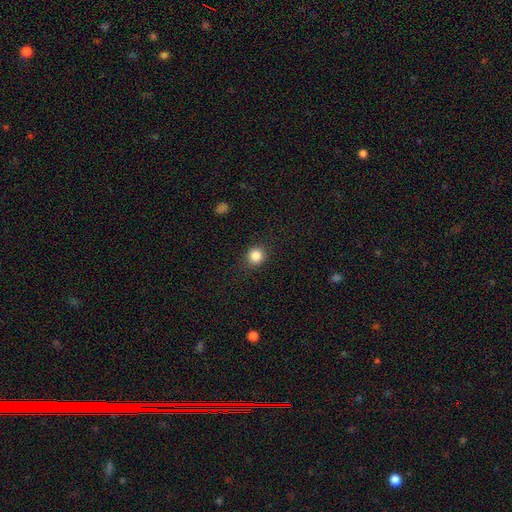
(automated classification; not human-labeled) smooth_or_featured: smooth (p=0.85) [alt: star or artifact p=0.11]
how_rounded: round (p=0.87) [alt: in between p=0.12]
merging: none (p=0.88) [alt: minor disturbance p=0.08]